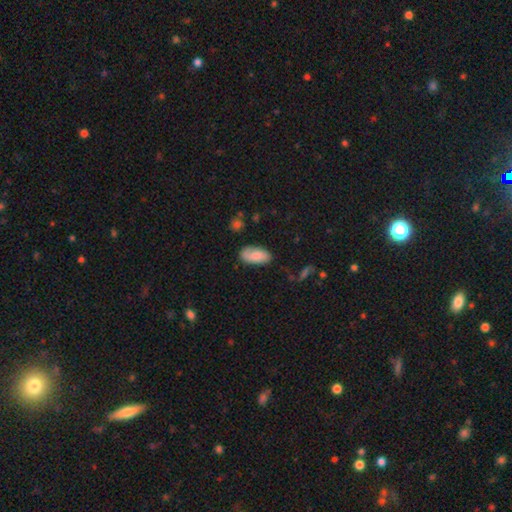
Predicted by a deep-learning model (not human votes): Q: Smooth or featured?
A: smooth (74%); runner-up: featured or disk (19%)
Q: How rounded?
A: in between (94%); runner-up: cigar-shaped (4%)
Q: Merging?
A: none (71%); runner-up: minor disturbance (22%)